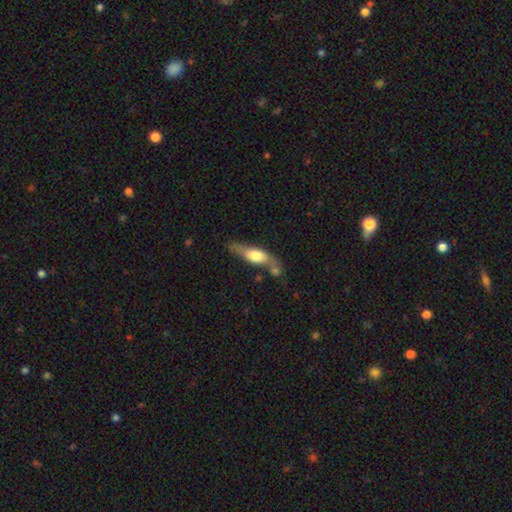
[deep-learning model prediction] The model was most divided on "smooth or featured": smooth: 49%, featured or disk: 45%, star or artifact: 6%. Remaining: merging — none (47%).